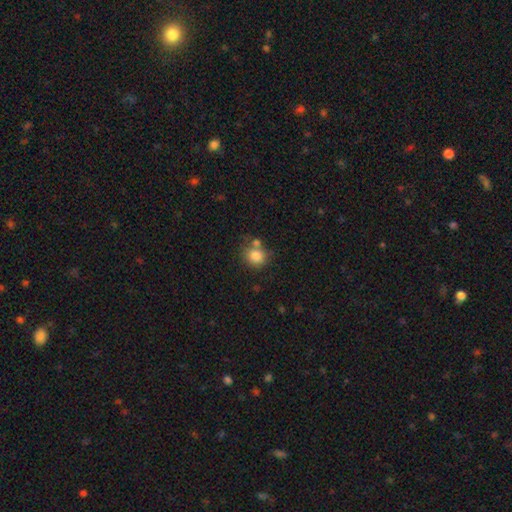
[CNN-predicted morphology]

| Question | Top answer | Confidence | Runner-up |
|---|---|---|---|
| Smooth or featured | smooth | 83% | star or artifact (10%) |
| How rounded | round | 80% | in between (19%) |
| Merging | none | 63% | merger (19%) |